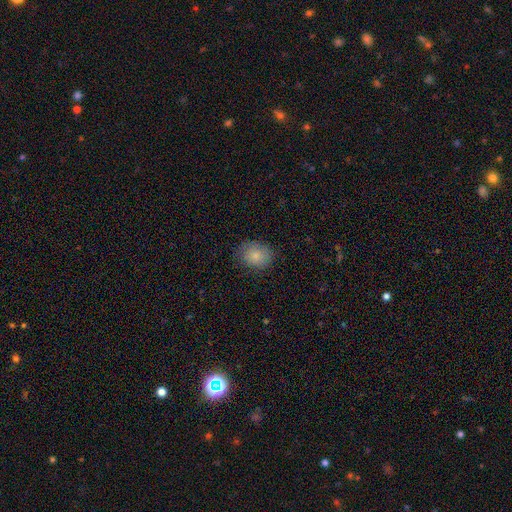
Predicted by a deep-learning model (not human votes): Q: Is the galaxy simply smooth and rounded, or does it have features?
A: smooth — 83%.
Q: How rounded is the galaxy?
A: round — 52%.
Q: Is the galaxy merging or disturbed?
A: none — 80%.